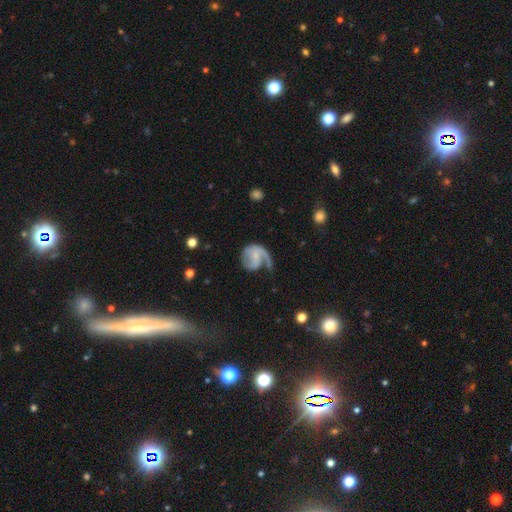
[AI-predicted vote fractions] Overall: featured or disk (76%). Edge-on disk: no (98%). Bar: no (52%; weak 38%). Spiral arms: yes (93%). Spiral arm count: 1 (50%; 2 38%). Spiral winding: medium (43%; loose 32%). Bulge size: small (57%; none 26%). Merging: none (42%; major disturbance 32%).